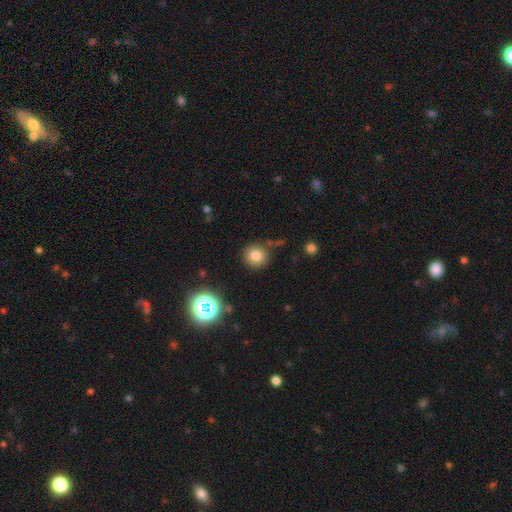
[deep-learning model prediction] smooth-or-featured: smooth: 77% | star or artifact: 15% | featured or disk: 8%
  how-rounded: round: 93% | in between: 6% | cigar-shaped: 1%
  merging: none: 84% | minor disturbance: 9% | merger: 4% | major disturbance: 3%